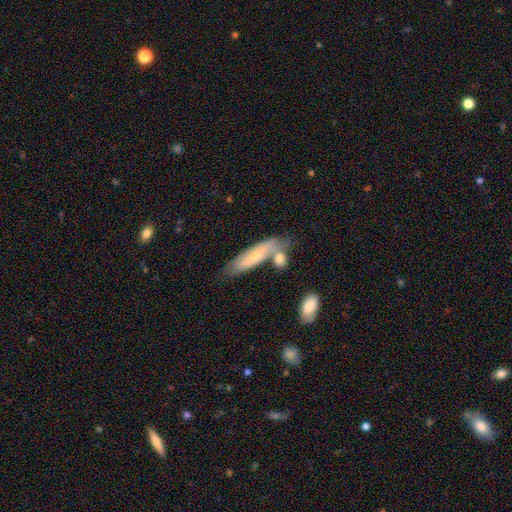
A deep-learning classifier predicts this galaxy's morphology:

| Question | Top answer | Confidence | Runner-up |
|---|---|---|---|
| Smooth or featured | smooth | 57% | featured or disk (37%) |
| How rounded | cigar-shaped | 66% | in between (32%) |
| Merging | none | 53% | minor disturbance (21%) |